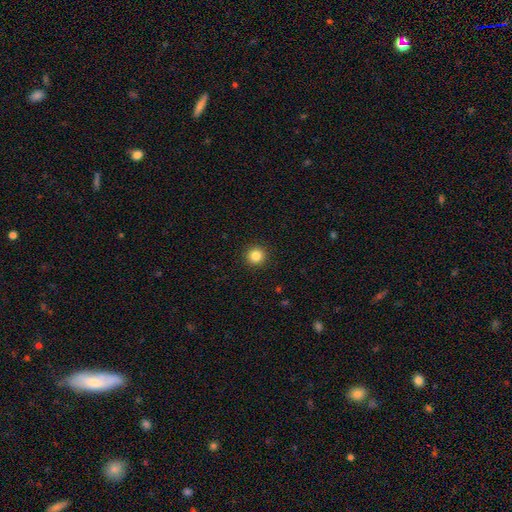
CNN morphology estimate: smooth 85%, star or artifact 11%, featured or disk 4%. Down the decision tree: how rounded — round (95%); merging — none (93%).